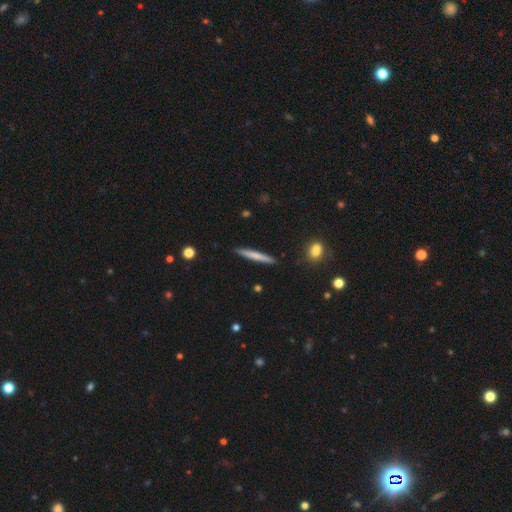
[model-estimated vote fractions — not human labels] smooth 66%, featured or disk 28%, star or artifact 6%. Down the decision tree: how rounded — cigar-shaped (96%); merging — none (90%).